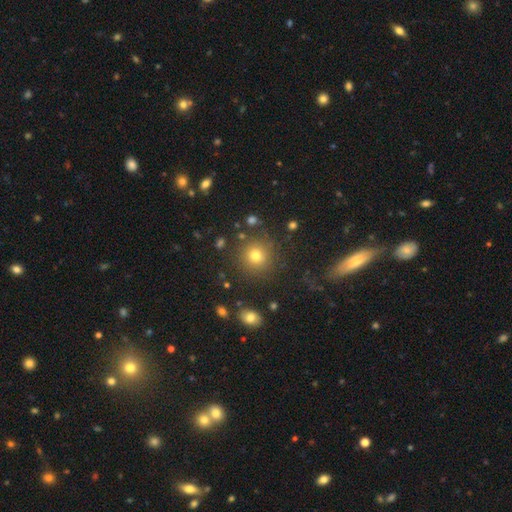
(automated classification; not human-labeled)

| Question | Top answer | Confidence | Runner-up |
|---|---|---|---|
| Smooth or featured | smooth | 77% | star or artifact (15%) |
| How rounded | round | 92% | in between (7%) |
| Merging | none | 86% | minor disturbance (8%) |